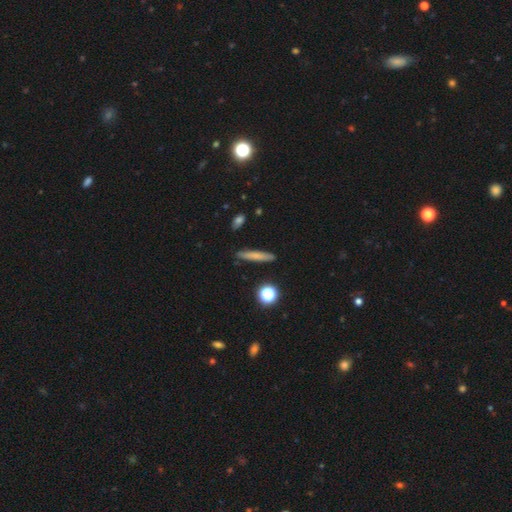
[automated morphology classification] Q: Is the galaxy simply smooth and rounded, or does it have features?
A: smooth — 70%.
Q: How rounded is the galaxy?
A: cigar-shaped — 90%.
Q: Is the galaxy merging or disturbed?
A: none — 88%.